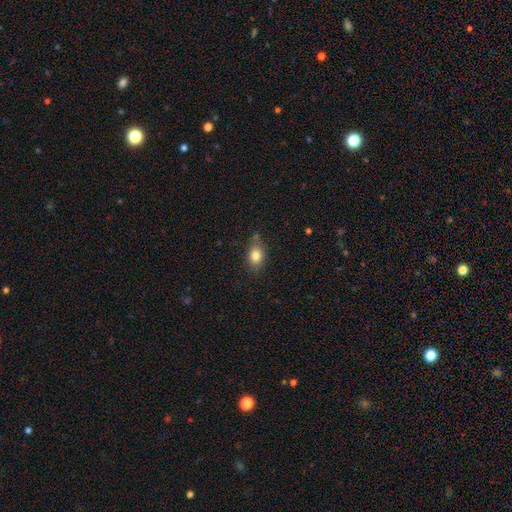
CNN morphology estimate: This is clearly a smooth galaxy (83%). How rounded: likely in between (69%). Merging: likely none (70%).